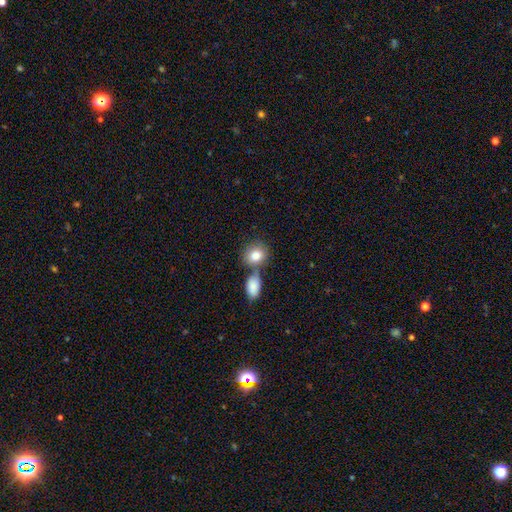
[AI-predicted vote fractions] Q: Smooth or featured?
A: smooth (83%); runner-up: featured or disk (9%)
Q: How rounded?
A: round (56%); runner-up: in between (43%)
Q: Merging?
A: none (47%); runner-up: merger (38%)